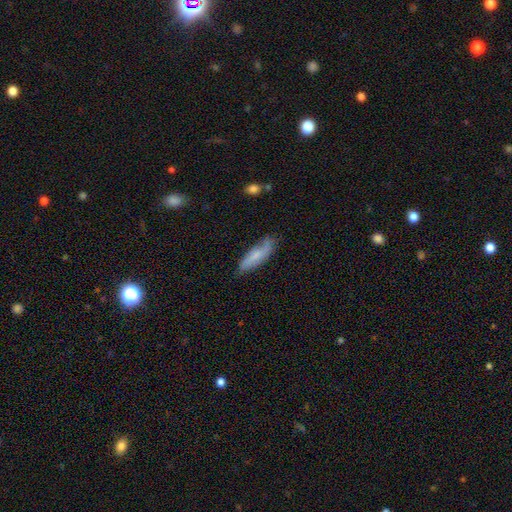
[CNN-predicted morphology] A smooth galaxy with no disk features (66%) that is cigar-shaped (56%). Merging: none (66%).